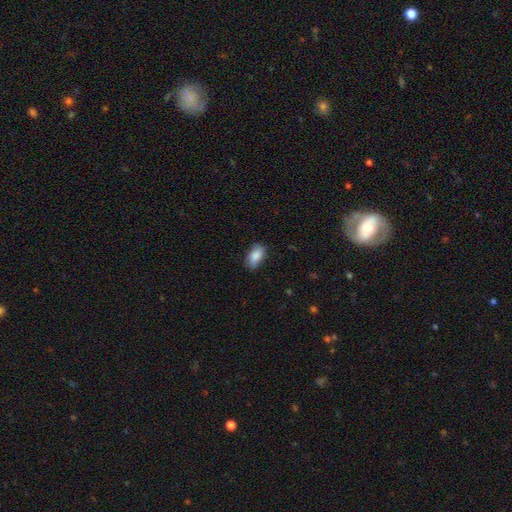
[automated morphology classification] This is clearly a smooth galaxy (87%). How rounded: clearly in between (91%). Merging: likely none (77%).